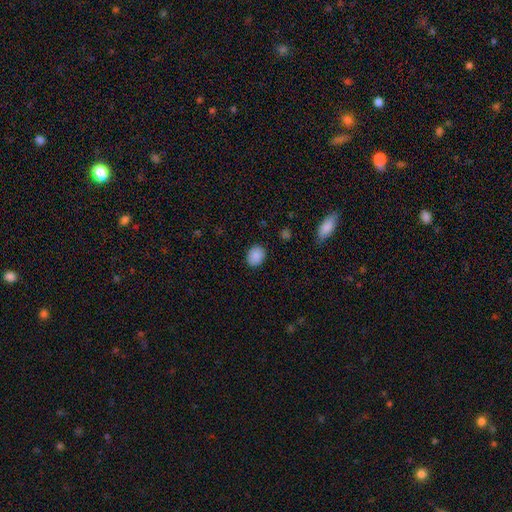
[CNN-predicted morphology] A smooth galaxy with no disk features (88%) that is in between round and cigar-shaped (53%). Merging: none (87%).